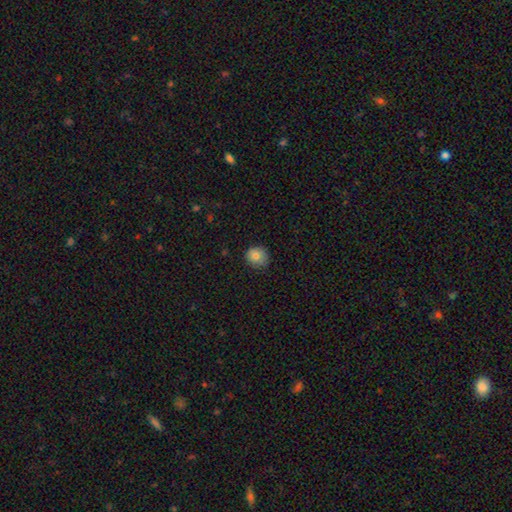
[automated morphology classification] Smooth or featured?
  - smooth: 82% *
  - star or artifact: 10%
  - featured or disk: 8%
How rounded?
  - round: 80% *
  - in between: 19%
  - cigar-shaped: 1%
Merging?
  - none: 76% *
  - minor disturbance: 19%
  - major disturbance: 3%
  - merger: 1%